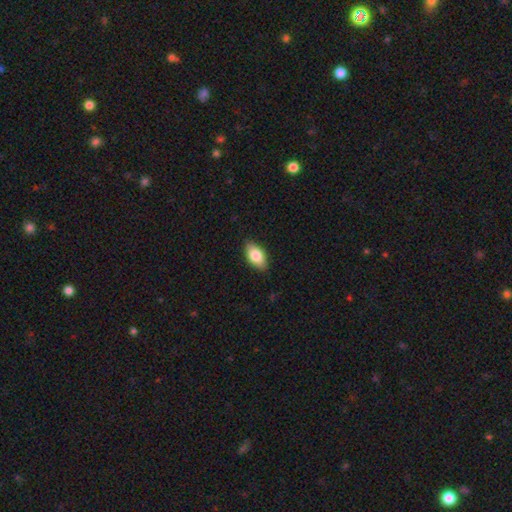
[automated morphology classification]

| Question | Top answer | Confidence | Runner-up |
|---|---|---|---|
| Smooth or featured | smooth | 82% | featured or disk (12%) |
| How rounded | in between | 92% | round (4%) |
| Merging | none | 86% | minor disturbance (11%) |